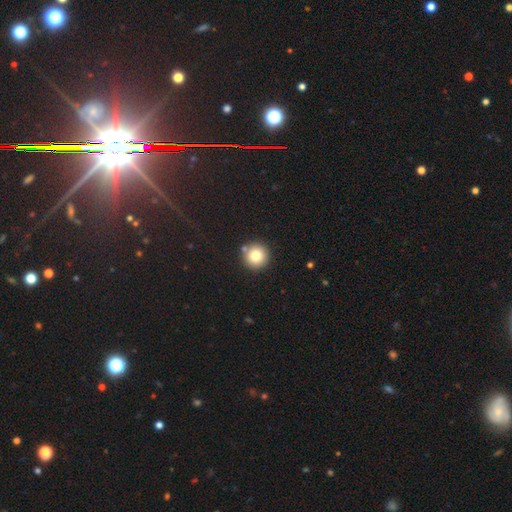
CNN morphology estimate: A smooth galaxy with no disk features (79%) that is round (95%). Merging: none (85%).